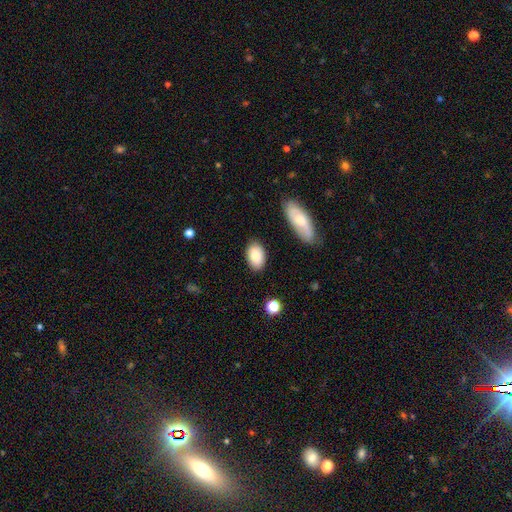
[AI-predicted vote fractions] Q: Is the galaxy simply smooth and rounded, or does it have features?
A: smooth — 83%.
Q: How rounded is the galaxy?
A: in between — 91%.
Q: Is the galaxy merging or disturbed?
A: none — 83%.